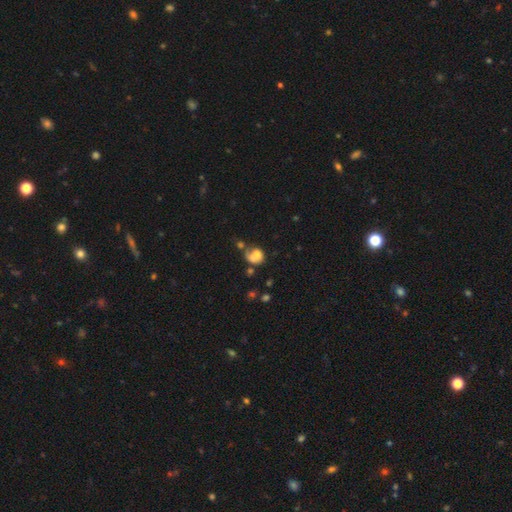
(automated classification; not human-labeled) smooth 60%, featured or disk 28%, star or artifact 12%. Down the decision tree: how rounded — round (59%); merging — merger (43%).